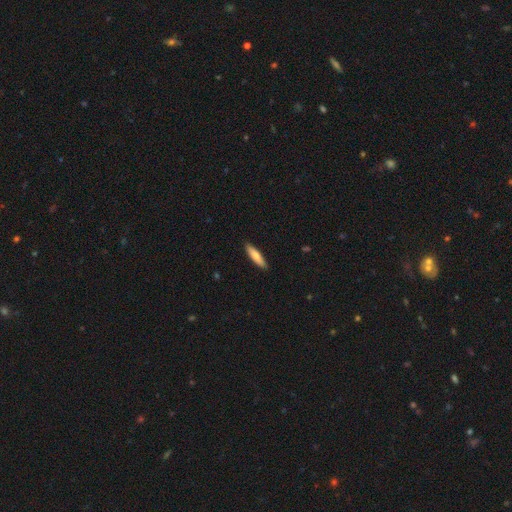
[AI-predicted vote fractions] A smooth galaxy with no disk features (76%) that is cigar-shaped (75%).

Vote fractions:
- Smooth or featured? smooth: 76% / featured or disk: 18% / star or artifact: 5%
- How rounded? cigar-shaped: 75% / in between: 23% / round: 1%
- Merging? none: 90% / minor disturbance: 7% / major disturbance: 1% / merger: 1%